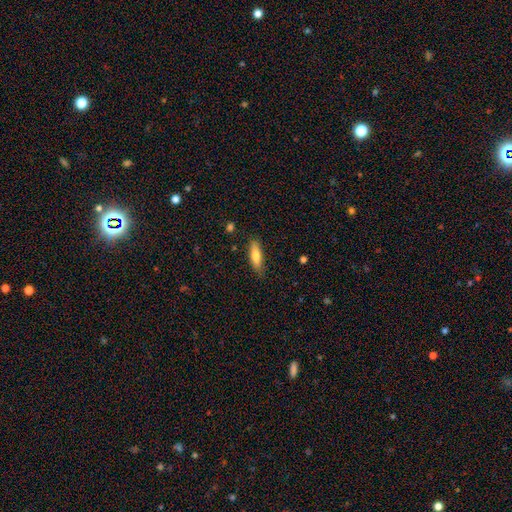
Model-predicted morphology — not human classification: Overall: smooth (76%). How rounded: cigar-shaped (57%; in between 42%). Merging: none (81%).